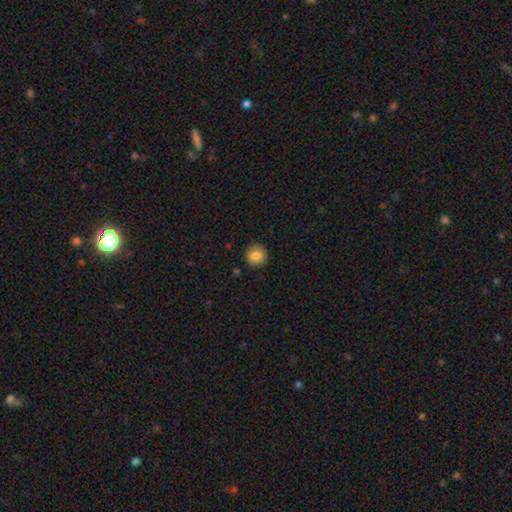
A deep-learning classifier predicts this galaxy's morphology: Smooth or featured?
  - smooth: 83% *
  - star or artifact: 9%
  - featured or disk: 8%
How rounded?
  - round: 93% *
  - in between: 6%
  - cigar-shaped: 1%
Merging?
  - none: 90% *
  - minor disturbance: 7%
  - major disturbance: 2%
  - merger: 1%